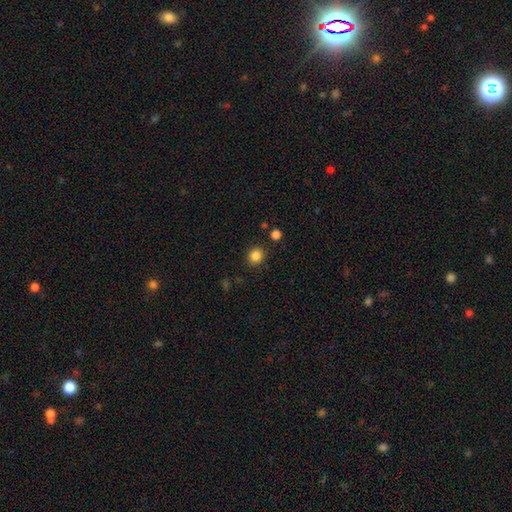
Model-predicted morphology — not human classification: This is clearly a smooth galaxy (85%). How rounded: clearly round (85%). Merging: clearly none (88%).